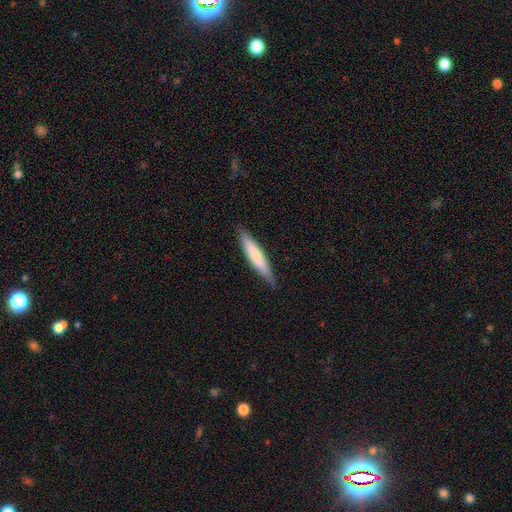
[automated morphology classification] Smooth or featured?
  - smooth: 68% *
  - featured or disk: 27%
  - star or artifact: 5%
How rounded?
  - cigar-shaped: 91% *
  - in between: 8%
  - round: 1%
Merging?
  - none: 87% *
  - minor disturbance: 10%
  - major disturbance: 2%
  - merger: 1%